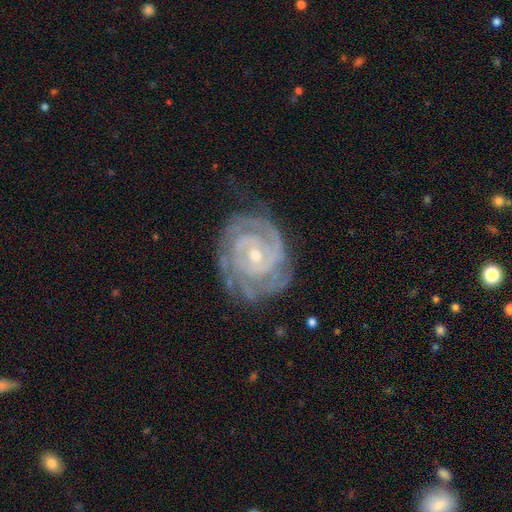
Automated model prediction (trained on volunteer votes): smooth-or-featured: featured or disk: 91% | star or artifact: 5% | smooth: 4%
  disk-edge-on: no: 98% | yes: 2%
    bar: no: 59% | weak: 30% | strong: 11%
    has-spiral-arms: yes: 98% | no: 2%
      spiral-winding: tight: 79% | medium: 19% | loose: 2%
      spiral-arm-count: 2: 36% | 3: 26% | can't tell: 16% | 4: 10% | more than 4: 6% | 1: 5%
    bulge-size: small: 59% | moderate: 38% | large: 1% | none: 1% | dominant: 1%
  merging: none: 73% | minor disturbance: 19% | major disturbance: 7% | merger: 1%